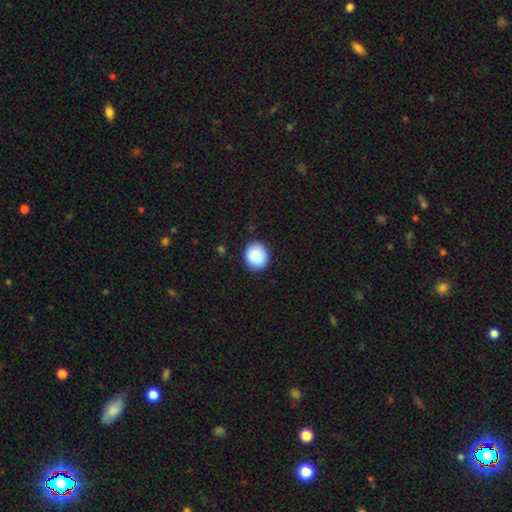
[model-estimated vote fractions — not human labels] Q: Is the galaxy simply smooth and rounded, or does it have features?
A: smooth — 88%.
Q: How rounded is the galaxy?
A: round — 81%.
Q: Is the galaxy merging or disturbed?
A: none — 89%.